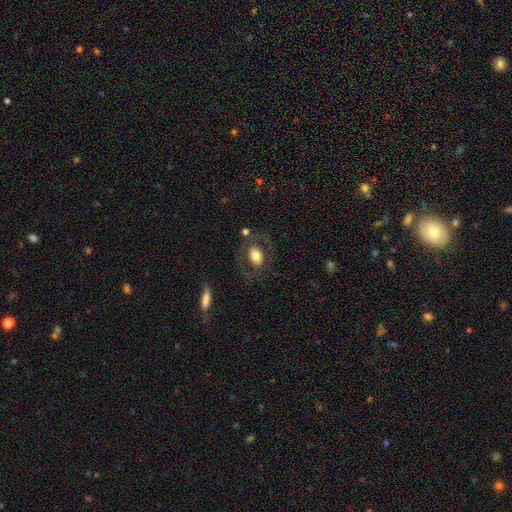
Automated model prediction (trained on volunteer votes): Smooth or featured: smooth — 62% (featured or disk — 31%)
How rounded: in between — 67% (round — 31%)
Merging: none — 74% (minor disturbance — 12%)